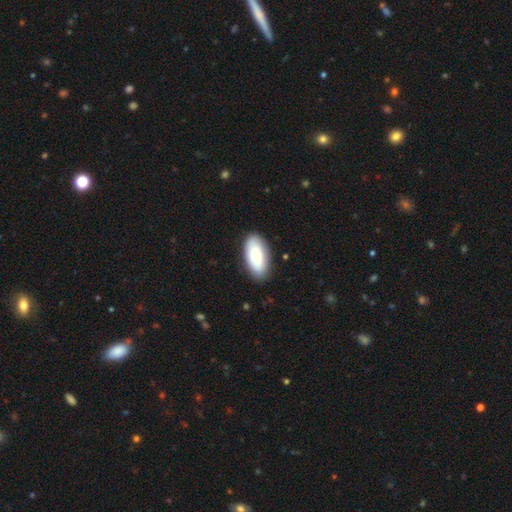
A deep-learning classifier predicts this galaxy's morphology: Overall: smooth (75%). How rounded: in between (94%). Merging: none (84%).